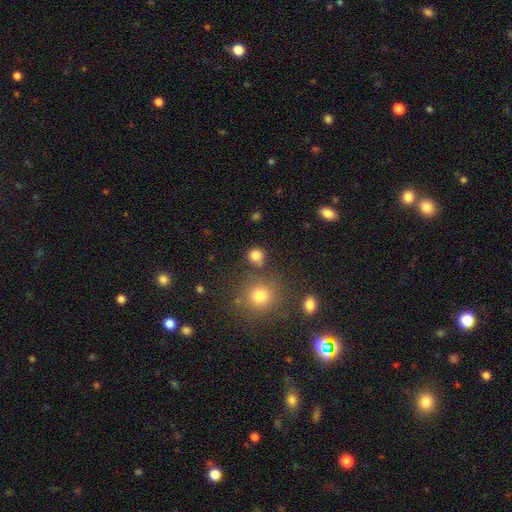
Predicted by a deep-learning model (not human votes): The model was most divided on "merging": none: 75%, merger: 11%, minor disturbance: 10%, major disturbance: 4%. More confident: how rounded — round (87%); smooth or featured — smooth (81%).